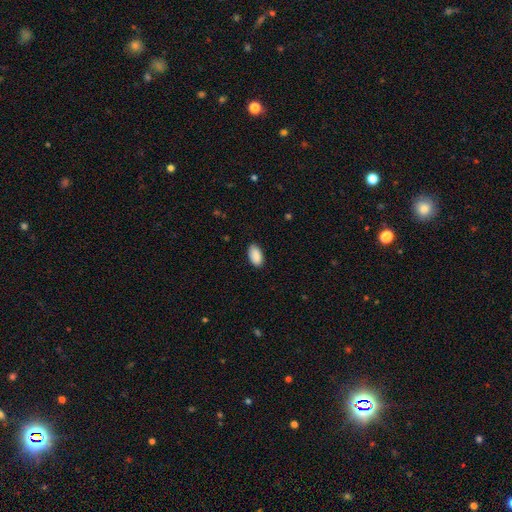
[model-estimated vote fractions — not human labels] Smooth or featured: smooth — 91% (star or artifact — 6%)
How rounded: in between — 95% (round — 3%)
Merging: none — 87% (minor disturbance — 10%)